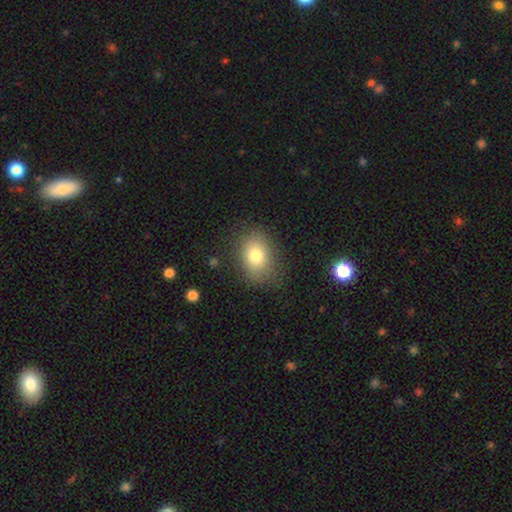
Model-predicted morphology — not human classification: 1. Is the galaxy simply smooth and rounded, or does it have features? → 78% smooth, 12% featured or disk, 10% star or artifact.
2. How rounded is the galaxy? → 67% in between, 32% round, 1% cigar-shaped.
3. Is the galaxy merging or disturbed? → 79% none, 14% minor disturbance, 5% major disturbance, 1% merger.